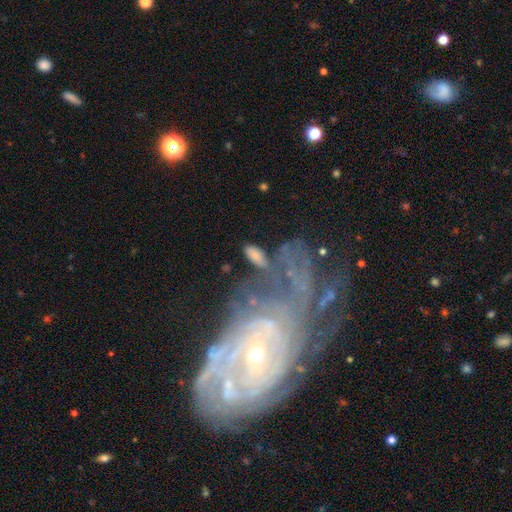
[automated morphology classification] Smooth or featured? smooth (71%)
How rounded? in between (84%)
Merging? none (65%)